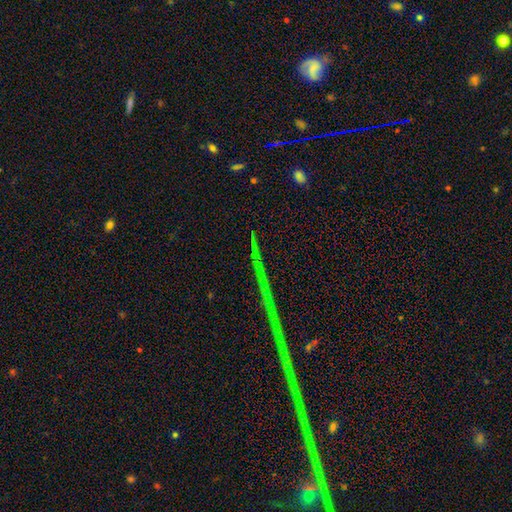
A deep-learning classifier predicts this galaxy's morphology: star or artifact 85%, featured or disk 9%, smooth 7%.